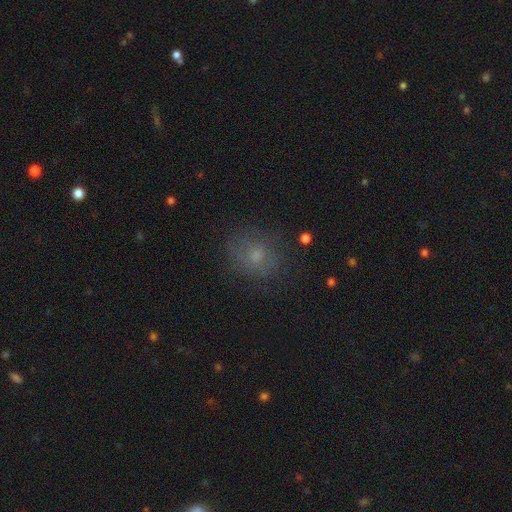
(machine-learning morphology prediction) A smooth galaxy with no disk features (62%) that is round (72%).

Vote fractions:
- Smooth or featured? smooth: 62% / featured or disk: 21% / star or artifact: 17%
- How rounded? round: 72% / in between: 27% / cigar-shaped: 1%
- Merging? none: 74% / minor disturbance: 17% / major disturbance: 8% / merger: 1%